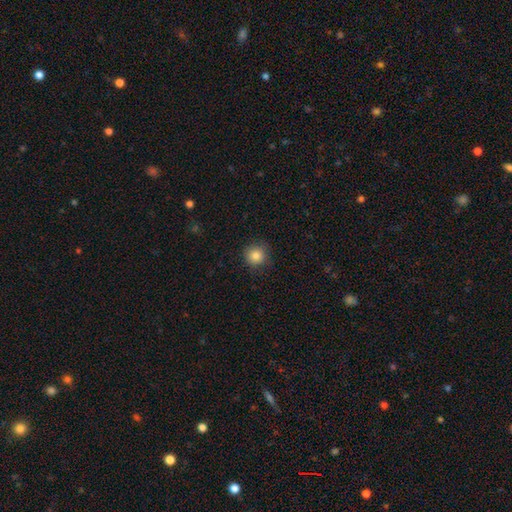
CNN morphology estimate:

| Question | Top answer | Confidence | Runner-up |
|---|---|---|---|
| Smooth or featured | smooth | 84% | star or artifact (11%) |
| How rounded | round | 93% | in between (6%) |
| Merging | none | 87% | minor disturbance (10%) |